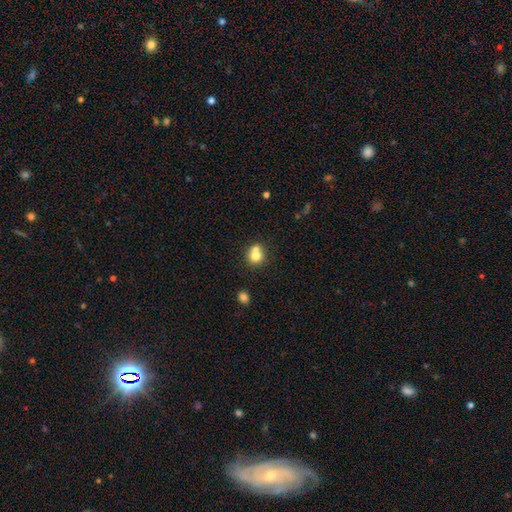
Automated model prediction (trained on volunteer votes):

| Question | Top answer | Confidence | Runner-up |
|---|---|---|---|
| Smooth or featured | smooth | 74% | featured or disk (15%) |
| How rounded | round | 82% | in between (17%) |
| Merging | merger | 46% | none (42%) |